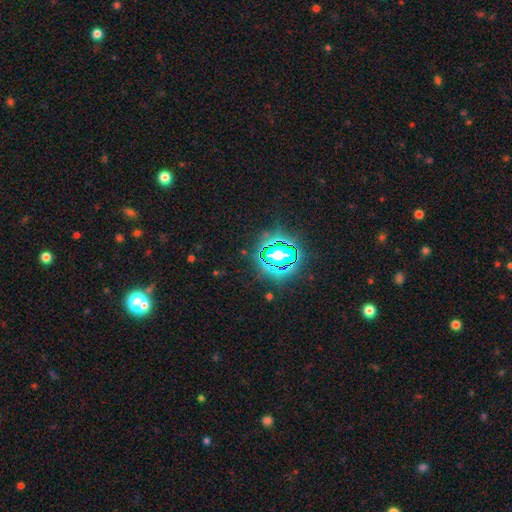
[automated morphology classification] Smooth or featured? Predicted: star or artifact (p=0.77).